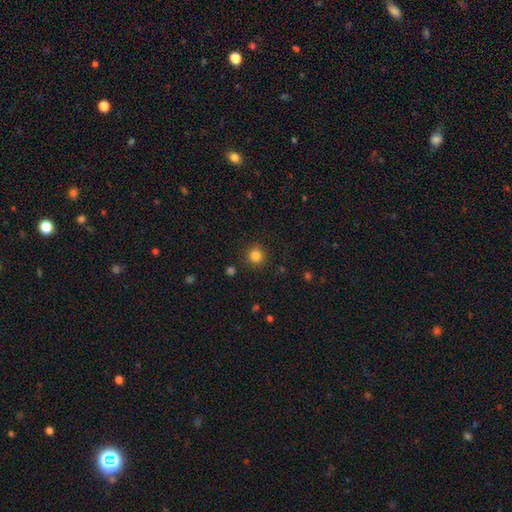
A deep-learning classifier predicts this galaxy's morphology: type=smooth (83%); roundness=round (92%); merging=none (89%).